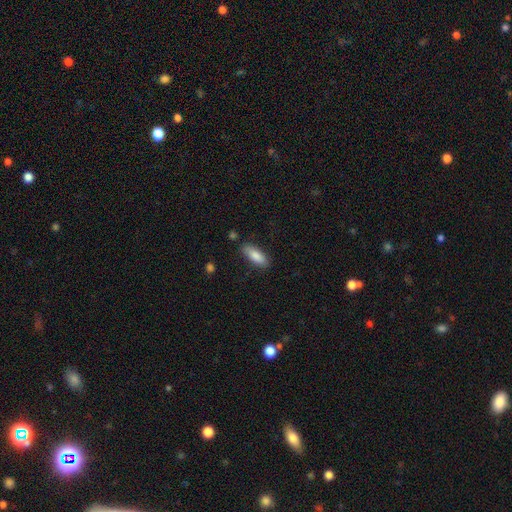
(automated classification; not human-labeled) Q: Smooth or featured?
A: smooth (84%); runner-up: featured or disk (9%)
Q: How rounded?
A: in between (71%); runner-up: cigar-shaped (27%)
Q: Merging?
A: none (82%); runner-up: minor disturbance (13%)